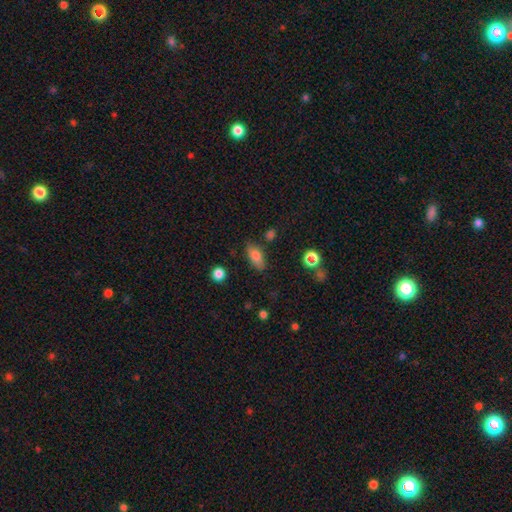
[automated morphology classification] Overall: smooth (80%). How rounded: in between (85%). Merging: none (78%).